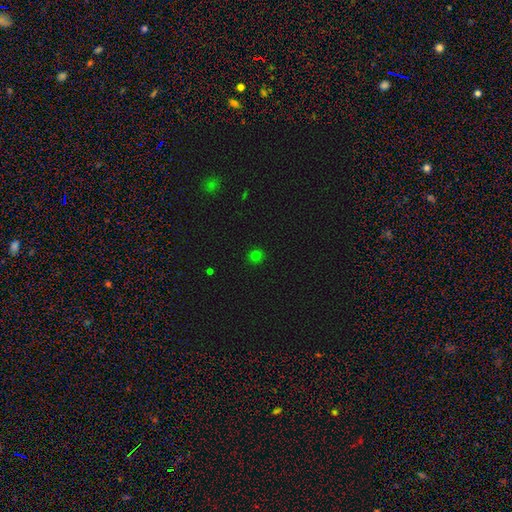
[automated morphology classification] smooth-or-featured: smooth: 77% | star or artifact: 19% | featured or disk: 5%
  how-rounded: round: 93% | in between: 6% | cigar-shaped: 1%
  merging: none: 91% | minor disturbance: 6% | major disturbance: 2% | merger: 1%